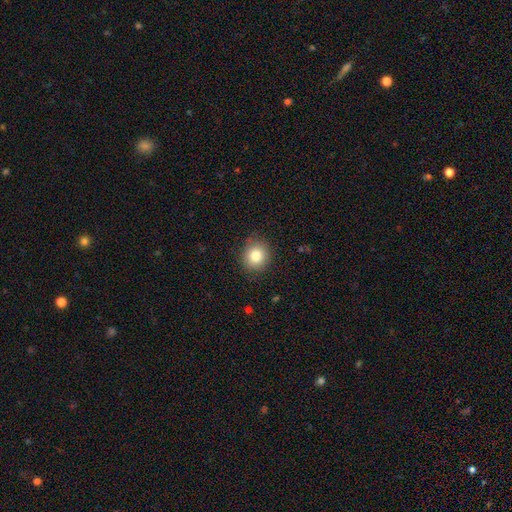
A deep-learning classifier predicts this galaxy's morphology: A smooth galaxy with no disk features (81%) that is round (81%). Merging: none (85%).